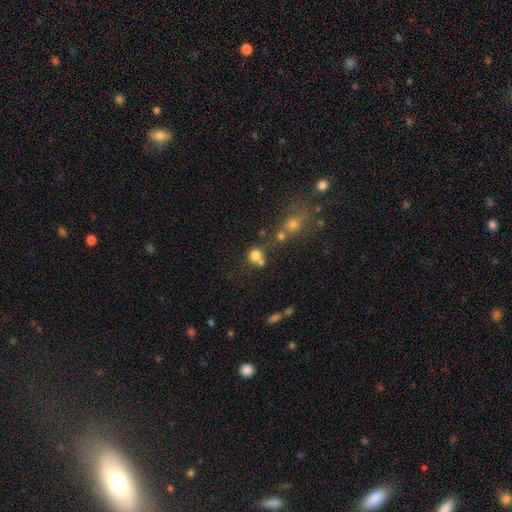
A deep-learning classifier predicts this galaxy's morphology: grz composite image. It shows a smooth galaxy with no disk features (76%) that is round (84%). Merging: none (48%).